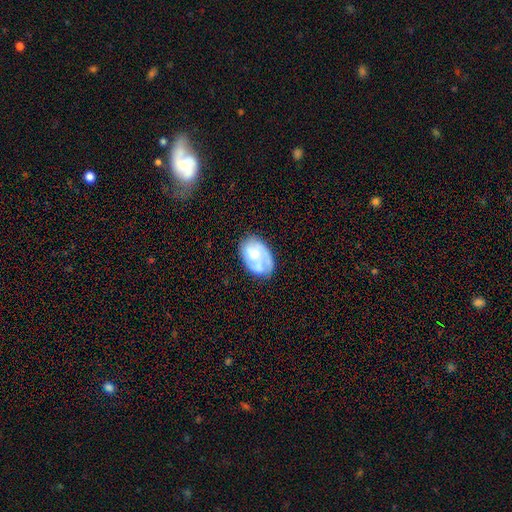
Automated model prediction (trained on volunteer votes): Morphology: type=featured or disk (52%); edge-on=no (97%); merging=none (58%).